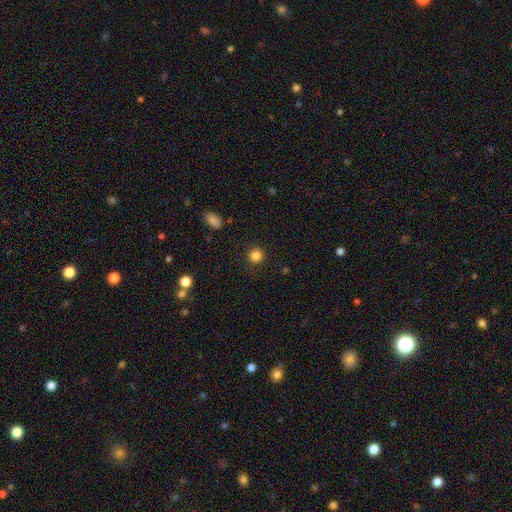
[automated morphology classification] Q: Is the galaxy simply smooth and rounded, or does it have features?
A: smooth — 84%.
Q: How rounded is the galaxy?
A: round — 93%.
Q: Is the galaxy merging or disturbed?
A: none — 90%.